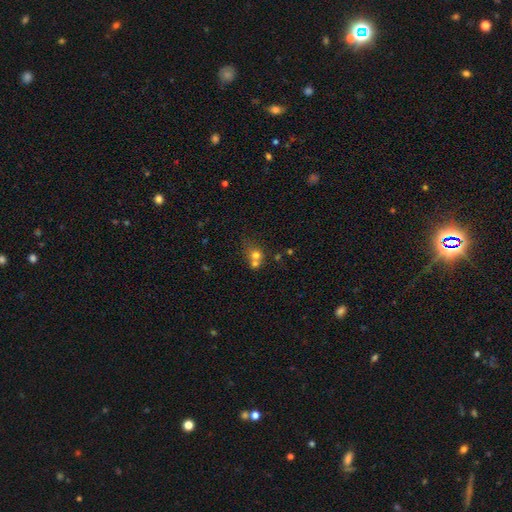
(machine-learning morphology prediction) Smooth or featured? smooth (68%)
How rounded? round (78%)
Merging? merger (56%)